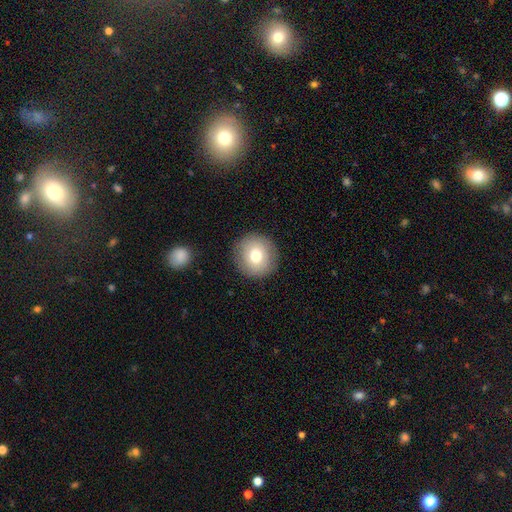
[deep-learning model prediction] smooth 75%, featured or disk 16%, star or artifact 9%. Down the decision tree: how rounded — round (94%); merging — none (90%).